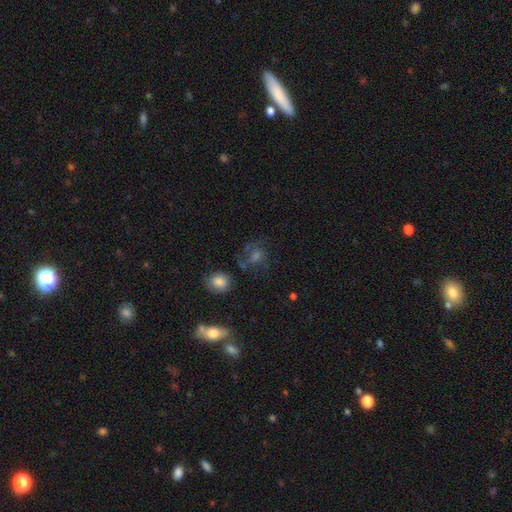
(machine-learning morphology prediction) smooth-or-featured: featured or disk: 36% | smooth: 35% | star or artifact: 29%
  merging: none: 61% | minor disturbance: 17% | major disturbance: 14% | merger: 8%